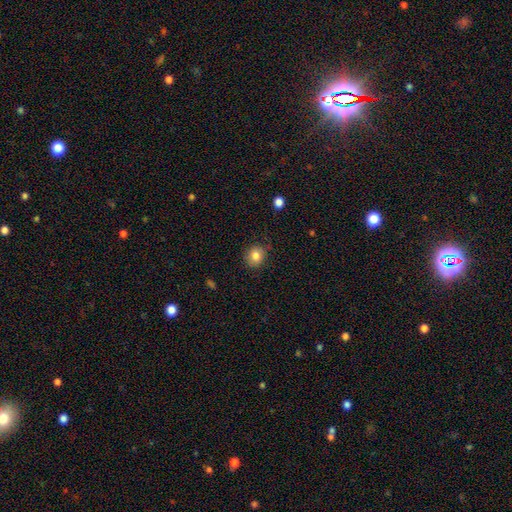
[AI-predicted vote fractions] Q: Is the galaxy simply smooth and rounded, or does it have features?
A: smooth — 83%.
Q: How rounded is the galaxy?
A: round — 81%.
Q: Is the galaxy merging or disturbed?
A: none — 83%.